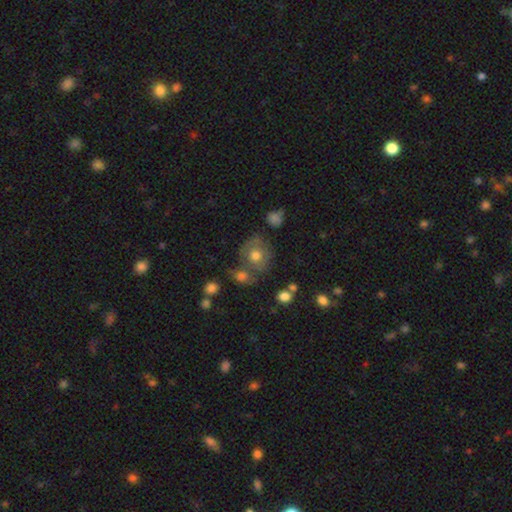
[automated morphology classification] Smooth or featured?
  - smooth: 64% *
  - featured or disk: 25%
  - star or artifact: 11%
How rounded?
  - round: 79% *
  - in between: 20%
  - cigar-shaped: 1%
Merging?
  - none: 56% *
  - minor disturbance: 18%
  - merger: 17%
  - major disturbance: 9%